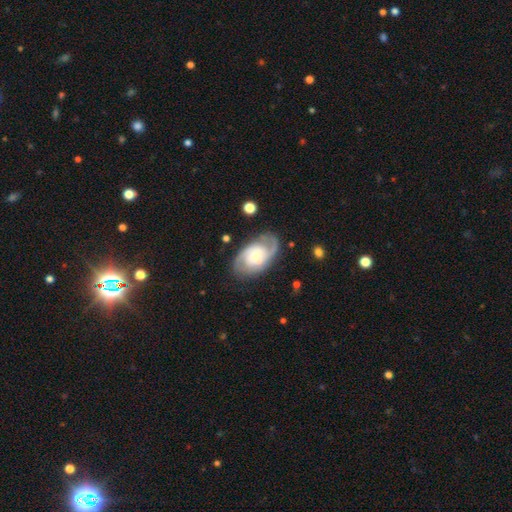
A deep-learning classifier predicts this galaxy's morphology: featured or disk 81%, smooth 13%, star or artifact 5%. Down the decision tree: edge-on disk — no (96%); bar — no (63%); spiral arms — yes (94%); spiral arm count — 2 (81%); spiral winding — medium (48%); bulge size — small (56%); merging — none (72%).